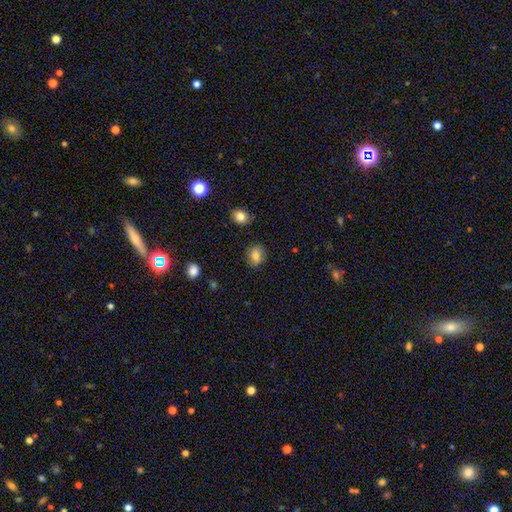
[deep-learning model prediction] Smooth or featured: smooth — 77% (featured or disk — 12%)
How rounded: round — 57% (in between — 42%)
Merging: none — 82% (minor disturbance — 14%)